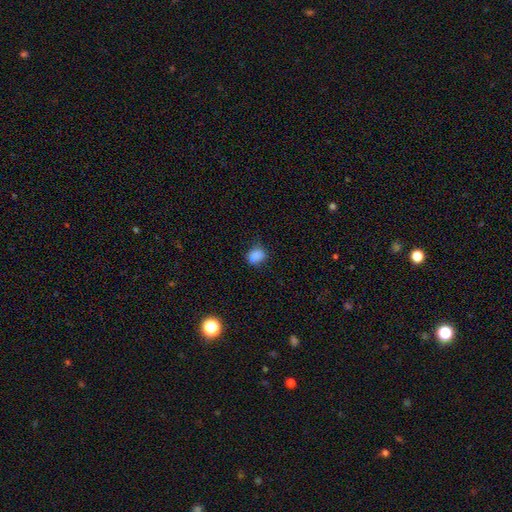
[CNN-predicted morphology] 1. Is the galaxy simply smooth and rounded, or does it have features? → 82% smooth, 11% star or artifact, 7% featured or disk.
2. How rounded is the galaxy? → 51% in between, 48% round, 1% cigar-shaped.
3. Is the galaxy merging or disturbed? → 61% none, 26% minor disturbance, 7% major disturbance, 6% merger.